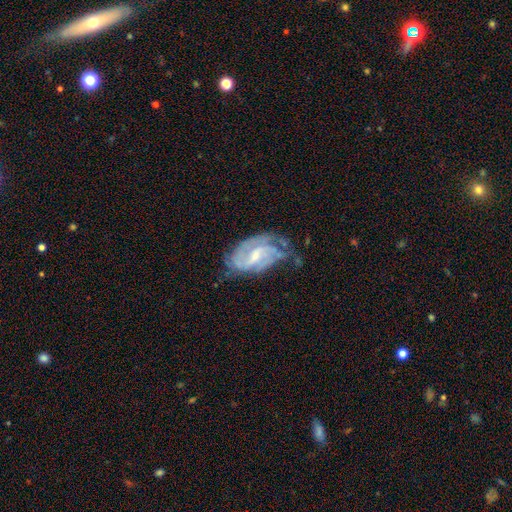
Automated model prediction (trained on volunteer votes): Smooth or featured?
  - featured or disk: 83% *
  - smooth: 11%
  - star or artifact: 6%
Edge-on disk?
  - no: 96% *
  - yes: 4%
Bar?
  - weak: 54% *
  - no: 26%
  - strong: 20%
Spiral arms?
  - yes: 93% *
  - no: 7%
Spiral winding?
  - tight: 45% *
  - medium: 41%
  - loose: 14%
Spiral arm count?
  - 2: 40% *
  - can't tell: 26%
  - 3: 20%
  - 4: 6%
  - 1: 5%
  - more than 4: 3%
Bulge size?
  - small: 51% *
  - moderate: 39%
  - none: 7%
  - large: 2%
  - dominant: 1%
Merging?
  - none: 47% *
  - minor disturbance: 30%
  - major disturbance: 20%
  - merger: 3%